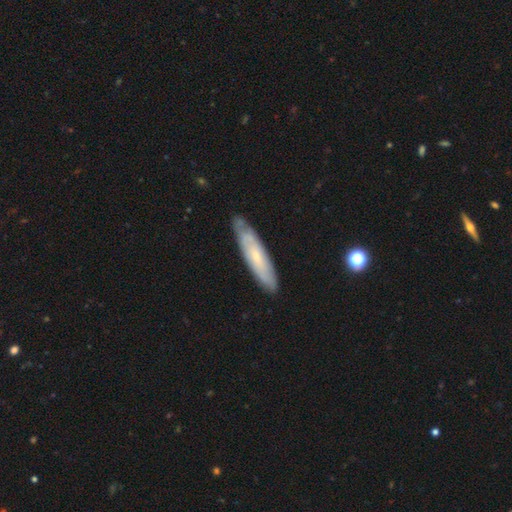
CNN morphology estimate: A featured or disk galaxy (51%).

Vote fractions:
- Smooth or featured? featured or disk: 51% / smooth: 42% / star or artifact: 6%
- Edge-on disk? no: 54% / yes: 46%
- Merging? none: 79% / minor disturbance: 16% / major disturbance: 3% / merger: 2%